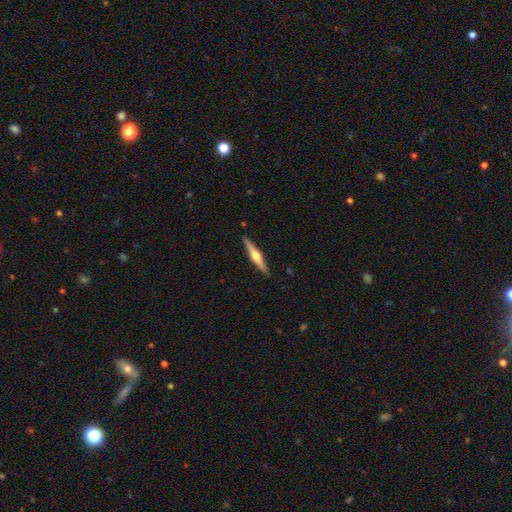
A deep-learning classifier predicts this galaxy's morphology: This is likely a featured or disk galaxy (74%). It is clearly viewed edge-on (98%). Edge-on bulge: clearly rounded (95%). Merging: clearly none (91%).